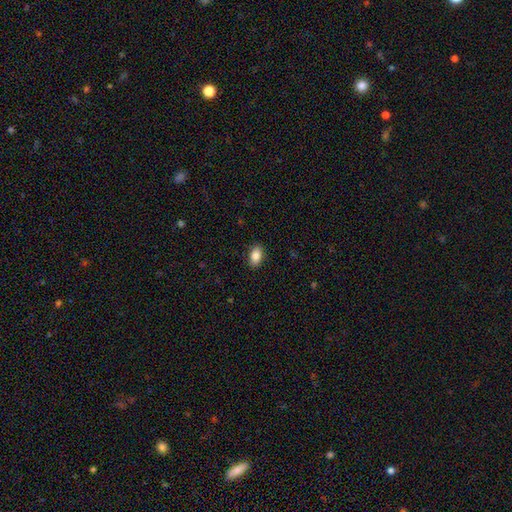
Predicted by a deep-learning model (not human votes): Smooth or featured?
  - smooth: 86% *
  - star or artifact: 8%
  - featured or disk: 6%
How rounded?
  - in between: 90% *
  - round: 8%
  - cigar-shaped: 2%
Merging?
  - none: 88% *
  - minor disturbance: 9%
  - major disturbance: 2%
  - merger: 1%